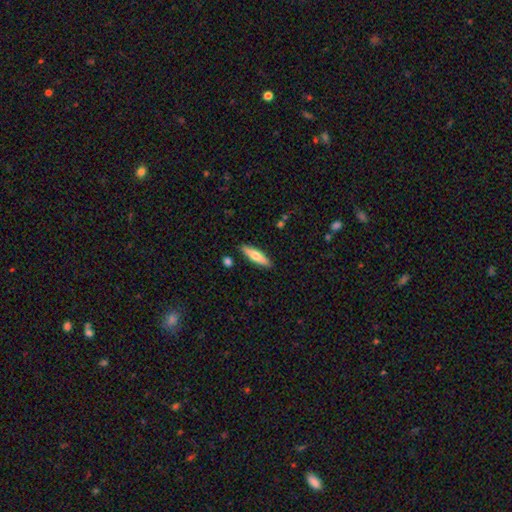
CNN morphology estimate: Q: Smooth or featured?
A: smooth (58%); runner-up: featured or disk (36%)
Q: How rounded?
A: cigar-shaped (69%); runner-up: in between (29%)
Q: Merging?
A: none (88%); runner-up: minor disturbance (8%)